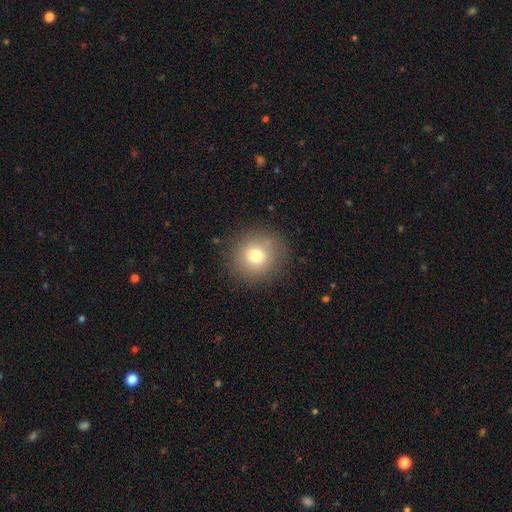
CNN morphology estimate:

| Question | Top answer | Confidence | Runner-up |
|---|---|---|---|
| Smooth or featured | smooth | 74% | featured or disk (14%) |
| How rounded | round | 89% | in between (10%) |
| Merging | none | 85% | minor disturbance (9%) |